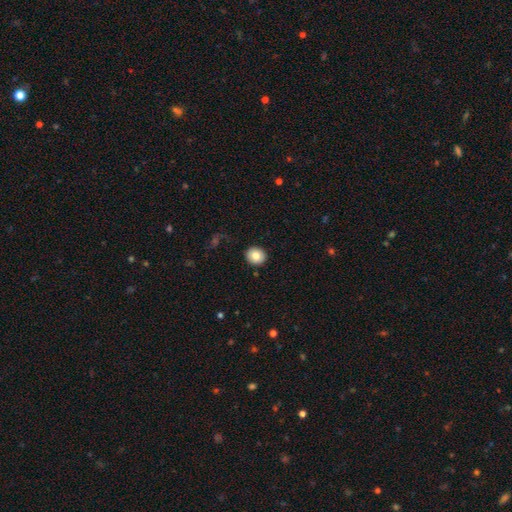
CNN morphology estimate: smooth 81%, featured or disk 10%, star or artifact 9%. Down the decision tree: how rounded — round (89%); merging — none (91%).